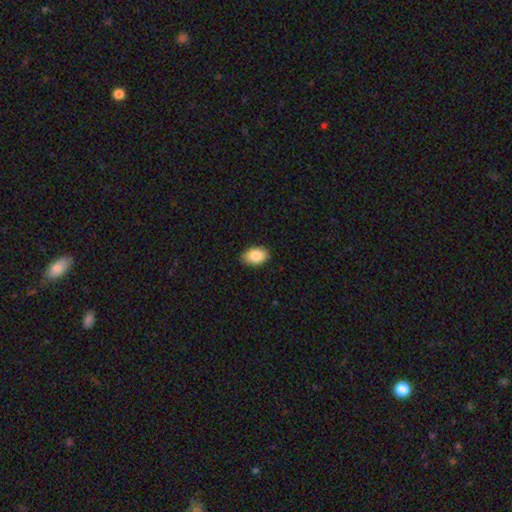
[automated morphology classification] Smooth or featured? smooth (86%)
How rounded? in between (89%)
Merging? none (89%)